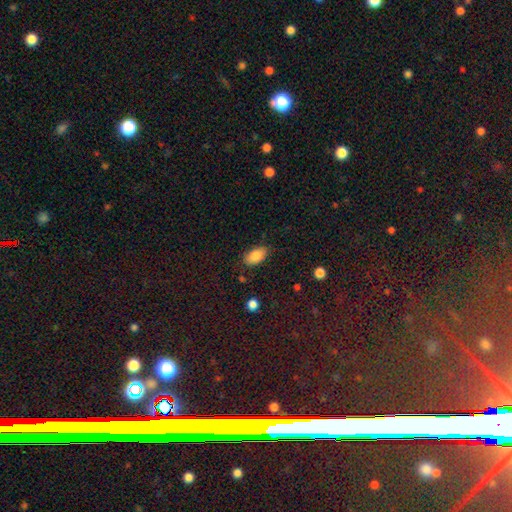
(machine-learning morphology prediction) The model was most divided on "merging": none: 81%, minor disturbance: 14%, major disturbance: 3%, merger: 2%. More confident: how rounded — in between (93%); smooth or featured — smooth (84%).